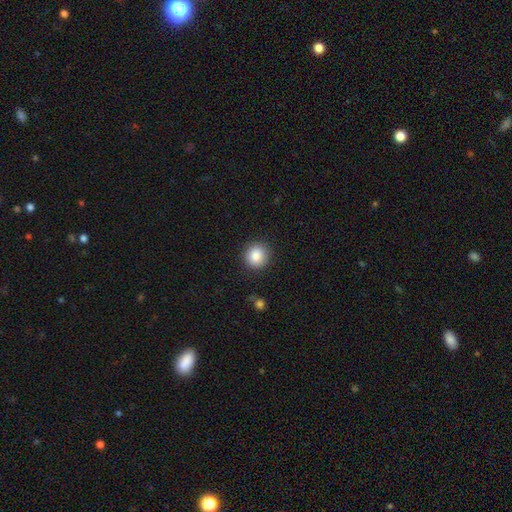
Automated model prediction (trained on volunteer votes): Overall: smooth (86%). How rounded: round (91%). Merging: none (89%).